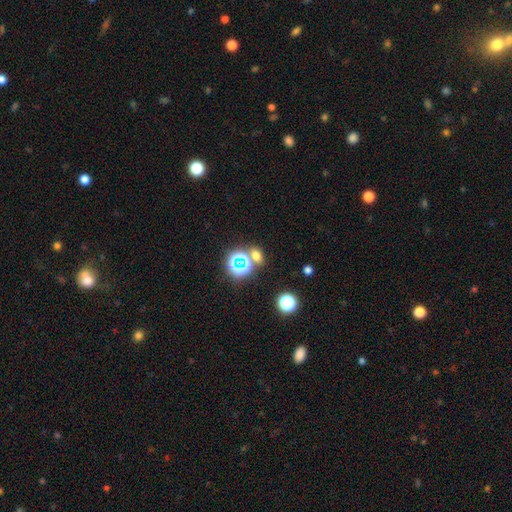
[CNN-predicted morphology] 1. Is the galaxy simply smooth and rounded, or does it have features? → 55% smooth, 36% star or artifact, 8% featured or disk.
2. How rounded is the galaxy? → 53% round, 44% in between, 3% cigar-shaped.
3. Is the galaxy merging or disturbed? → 69% none, 18% merger, 8% minor disturbance, 4% major disturbance.